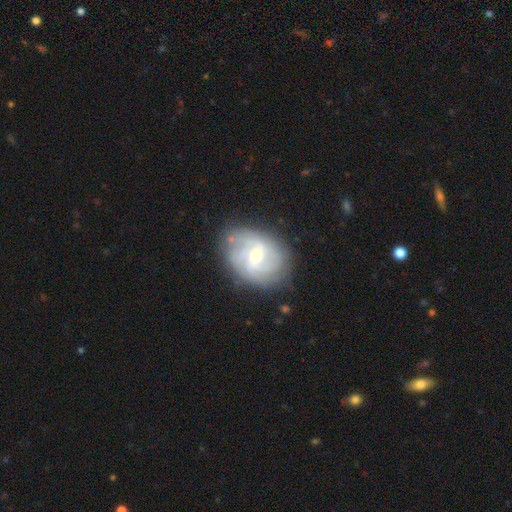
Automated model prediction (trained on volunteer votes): Smooth or featured? Predicted: featured or disk (p=0.71). Edge-on disk? Predicted: no (p=0.97). Bar? Predicted: weak (p=0.57). Spiral arms? Predicted: yes (p=0.86). Spiral winding? Predicted: medium (p=0.40). Spiral arm count? Predicted: can't tell (p=0.38). Bulge size? Predicted: small (p=0.56). Merging? Predicted: none (p=0.72).